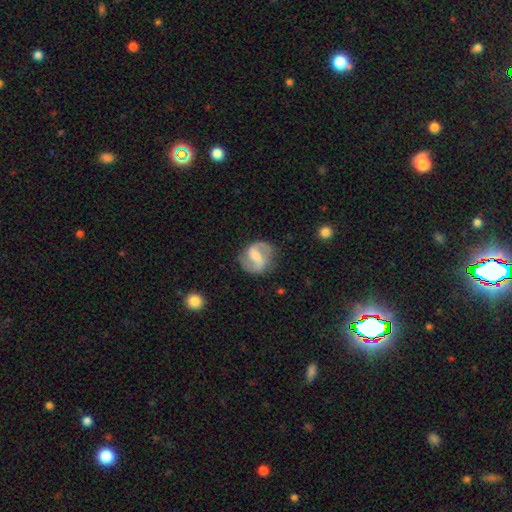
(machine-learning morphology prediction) Overall: featured or disk (82%). Edge-on disk: no (98%). Bar: weak (46%; strong 38%). Spiral arms: yes (94%). Spiral arm count: 2 (92%). Spiral winding: medium (51%; loose 33%). Bulge size: small (39%; moderate 38%). Merging: none (79%).